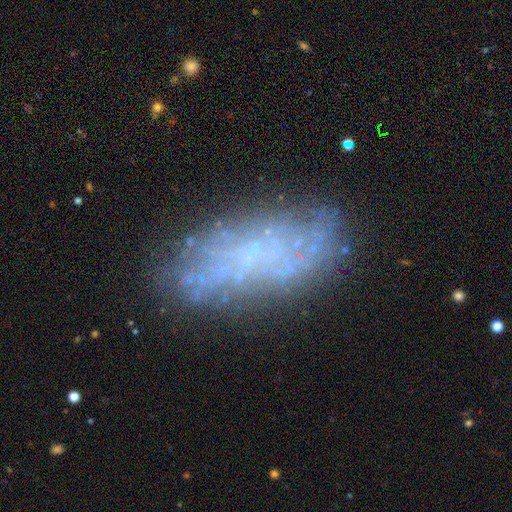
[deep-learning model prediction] smooth-or-featured: featured or disk: 58% | smooth: 28% | star or artifact: 14%
  disk-edge-on: no: 87% | yes: 13%
    bar: no: 81% | weak: 14% | strong: 4%
    has-spiral-arms: no: 63% | yes: 37%
    bulge-size: none: 61% | small: 30% | moderate: 7% | large: 2% | dominant: 1%
  merging: none: 70% | minor disturbance: 18% | major disturbance: 9% | merger: 3%